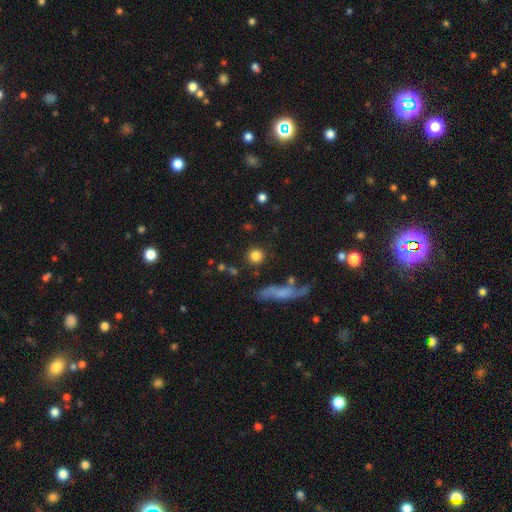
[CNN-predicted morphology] Smooth or featured: smooth — 82% (star or artifact — 10%)
How rounded: round — 92% (in between — 6%)
Merging: none — 85% (minor disturbance — 7%)